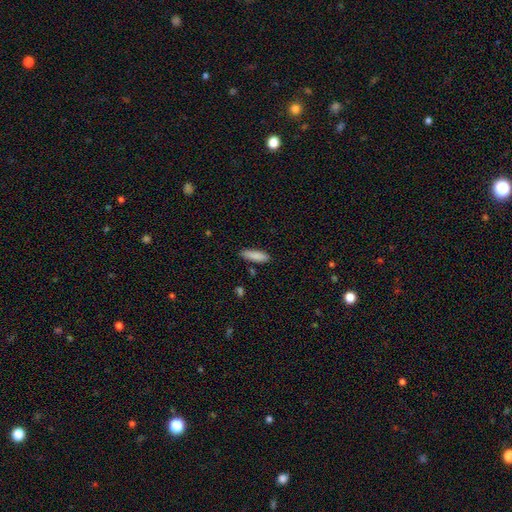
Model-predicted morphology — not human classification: type=smooth (87%); roundness=cigar-shaped (60%); merging=none (85%).